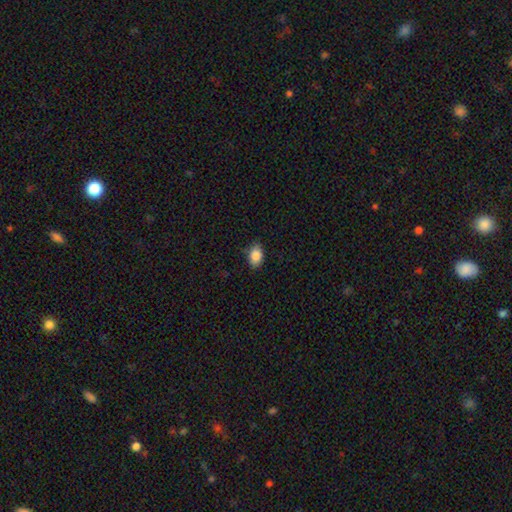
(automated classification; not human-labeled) Smooth or featured: smooth — 87% (star or artifact — 8%)
How rounded: in between — 82% (round — 17%)
Merging: none — 80% (minor disturbance — 16%)